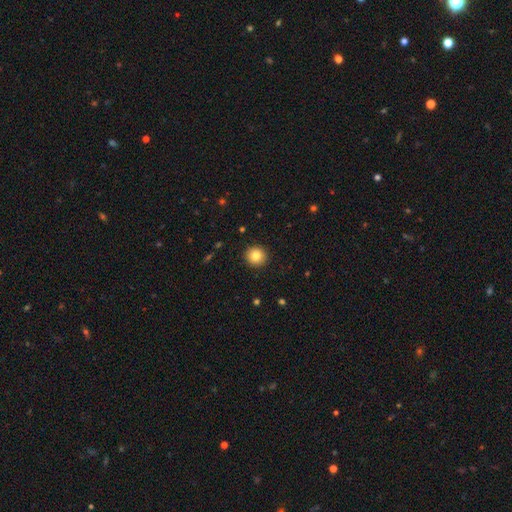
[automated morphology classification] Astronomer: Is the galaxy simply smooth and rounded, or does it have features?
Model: smooth — 83%.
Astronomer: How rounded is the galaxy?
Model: round — 92%.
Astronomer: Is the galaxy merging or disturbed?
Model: none — 93%.